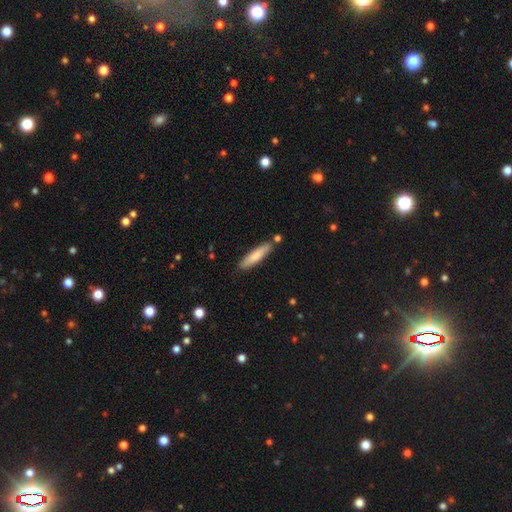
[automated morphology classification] The model was most divided on "smooth or featured": smooth: 77%, featured or disk: 17%, star or artifact: 5%. More confident: how rounded — cigar-shaped (84%); merging — none (84%).